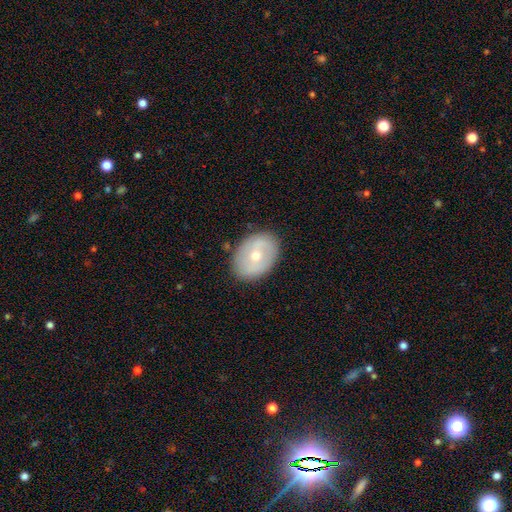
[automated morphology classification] Smooth or featured?
  - smooth: 47% *
  - featured or disk: 46%
  - star or artifact: 7%
Merging?
  - none: 85% *
  - minor disturbance: 11%
  - major disturbance: 3%
  - merger: 1%